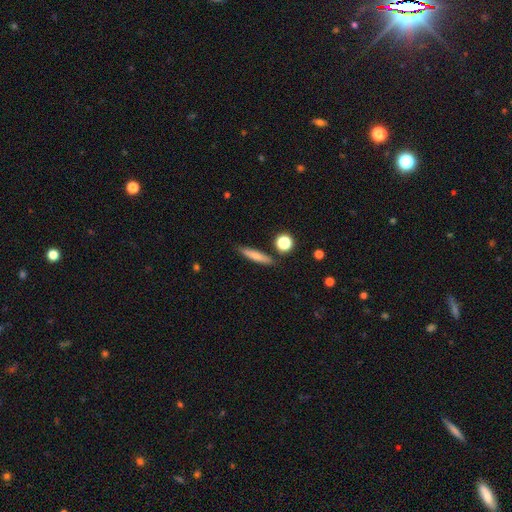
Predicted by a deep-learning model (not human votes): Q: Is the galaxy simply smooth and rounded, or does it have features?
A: smooth — 70%.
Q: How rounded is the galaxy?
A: cigar-shaped — 85%.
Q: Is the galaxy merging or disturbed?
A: none — 85%.